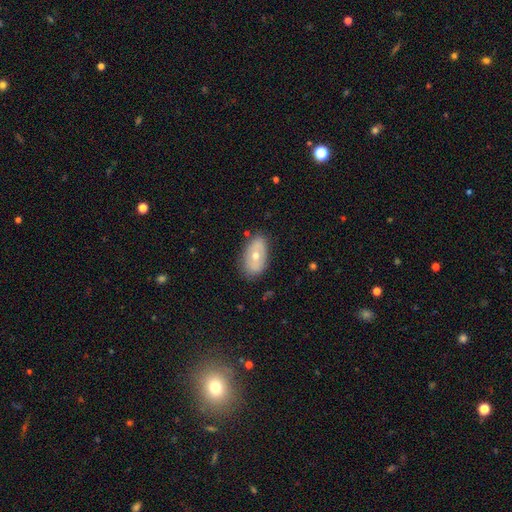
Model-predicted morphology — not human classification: Smooth or featured?
  - smooth: 47% *
  - featured or disk: 46%
  - star or artifact: 7%
Merging?
  - none: 76% *
  - minor disturbance: 18%
  - major disturbance: 4%
  - merger: 2%